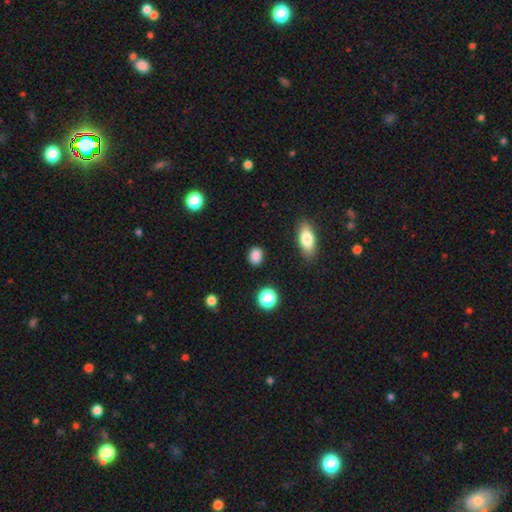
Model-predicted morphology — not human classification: Smooth or featured? smooth (86%)
How rounded? in between (52%)
Merging? none (87%)